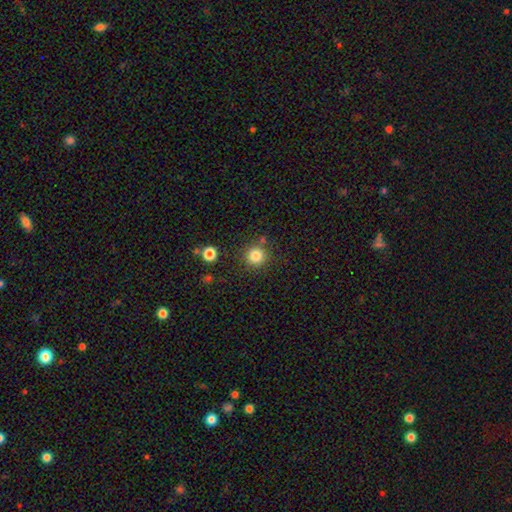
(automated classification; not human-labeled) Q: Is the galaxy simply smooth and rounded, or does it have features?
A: smooth — 83%.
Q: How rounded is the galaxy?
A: round — 94%.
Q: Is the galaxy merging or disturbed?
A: none — 84%.